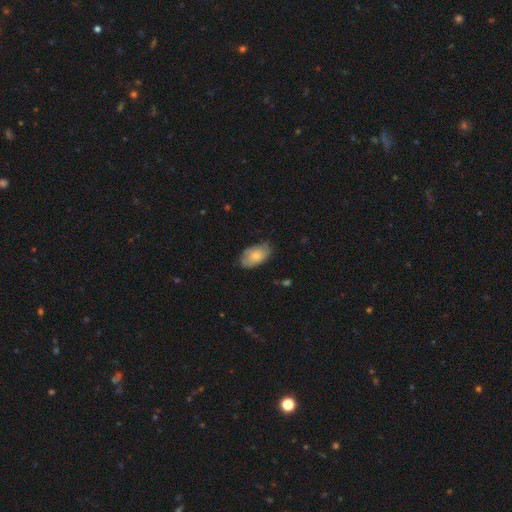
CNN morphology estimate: smooth 71%, featured or disk 23%, star or artifact 6%. Down the decision tree: how rounded — in between (93%); merging — none (66%).